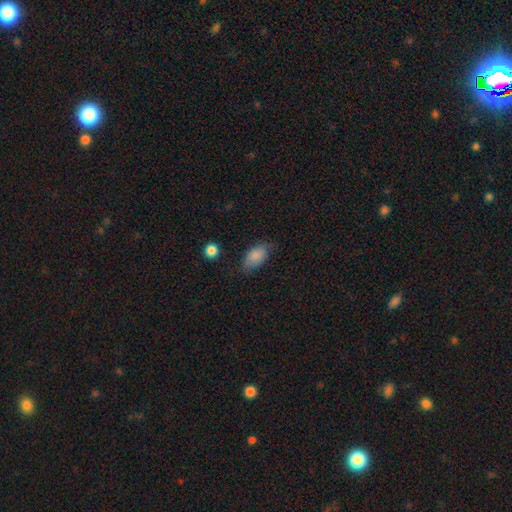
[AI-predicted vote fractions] Smooth or featured?
  - smooth: 84% *
  - featured or disk: 9%
  - star or artifact: 7%
How rounded?
  - in between: 92% *
  - round: 4%
  - cigar-shaped: 4%
Merging?
  - none: 68% *
  - minor disturbance: 25%
  - major disturbance: 6%
  - merger: 2%